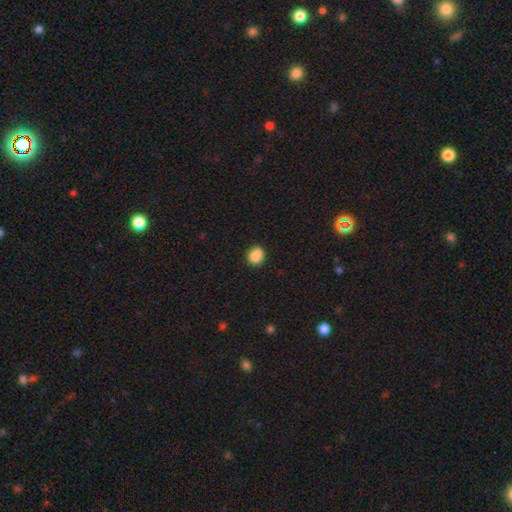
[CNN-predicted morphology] Overall: smooth (86%). How rounded: round (69%; in between 30%). Merging: none (77%).